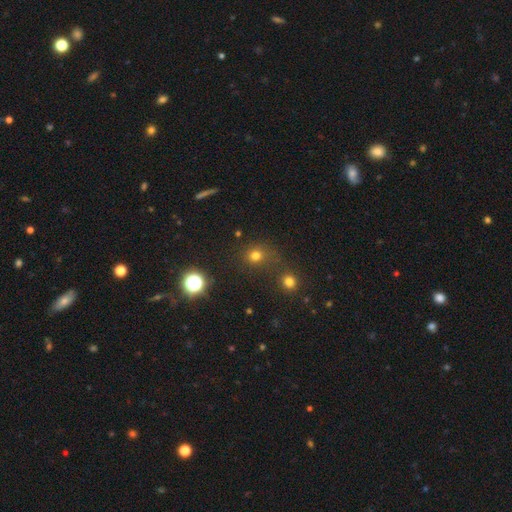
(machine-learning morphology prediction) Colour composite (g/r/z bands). It shows a smooth galaxy with no disk features (71%) that is round (85%). Merging: none (71%).